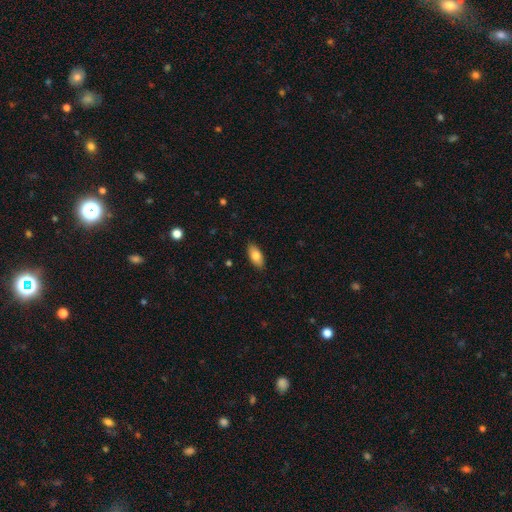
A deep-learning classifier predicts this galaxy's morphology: Q: Smooth or featured?
A: smooth (82%); runner-up: featured or disk (11%)
Q: How rounded?
A: in between (91%); runner-up: cigar-shaped (6%)
Q: Merging?
A: none (88%); runner-up: minor disturbance (9%)